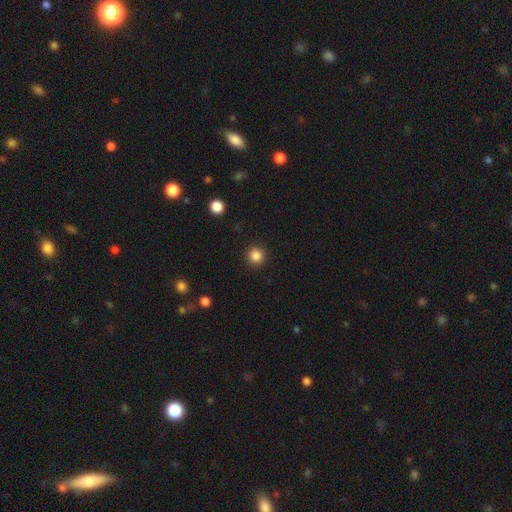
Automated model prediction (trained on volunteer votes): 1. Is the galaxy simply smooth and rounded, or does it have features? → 85% smooth, 11% star or artifact, 3% featured or disk.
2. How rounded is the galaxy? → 94% round, 5% in between, 1% cigar-shaped.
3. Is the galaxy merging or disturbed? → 92% none, 5% minor disturbance, 2% major disturbance, 1% merger.